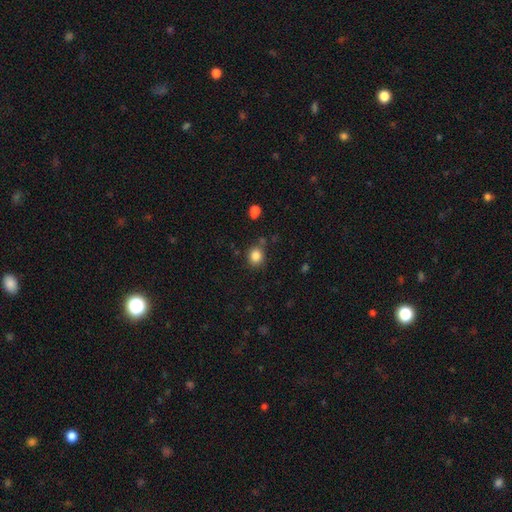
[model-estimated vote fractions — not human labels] Smooth or featured? smooth (85%)
How rounded? round (72%)
Merging? none (77%)